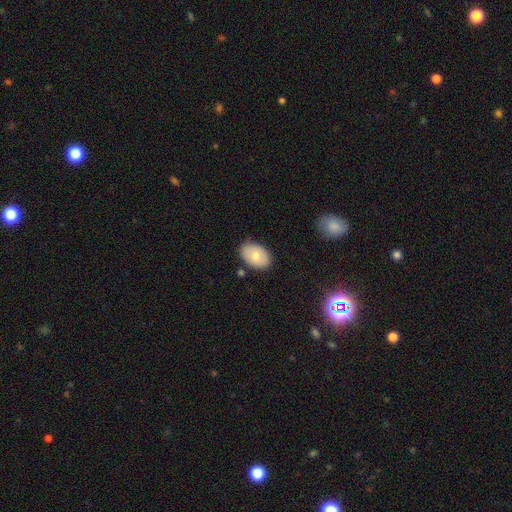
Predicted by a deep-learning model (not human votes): smooth_or_featured: smooth (p=0.73) [alt: featured or disk p=0.20]
how_rounded: in between (p=0.88) [alt: round p=0.11]
merging: none (p=0.80) [alt: minor disturbance p=0.14]